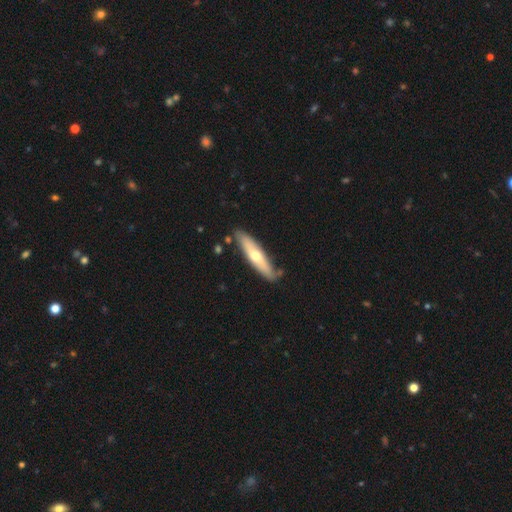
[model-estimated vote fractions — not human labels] Smooth or featured? smooth (51%)
How rounded? cigar-shaped (78%)
Merging? none (77%)